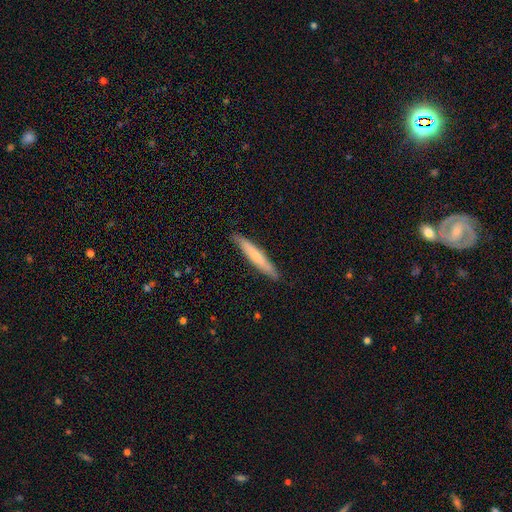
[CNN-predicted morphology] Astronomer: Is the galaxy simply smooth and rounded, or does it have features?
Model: smooth — 63%.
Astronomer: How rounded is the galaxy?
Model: cigar-shaped — 94%.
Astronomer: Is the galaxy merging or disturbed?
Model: none — 88%.